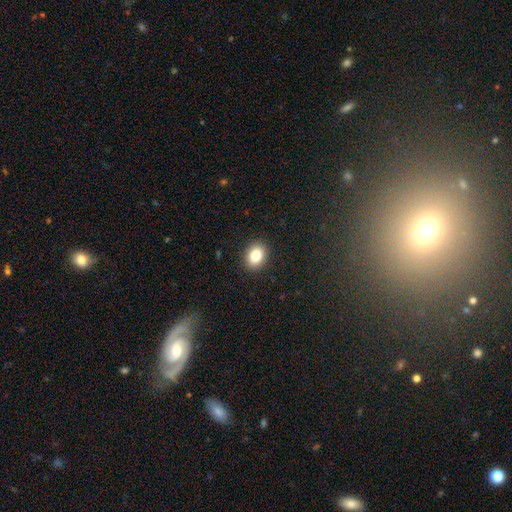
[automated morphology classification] smooth 83%, star or artifact 10%, featured or disk 7%. Down the decision tree: how rounded — in between (55%); merging — none (90%).